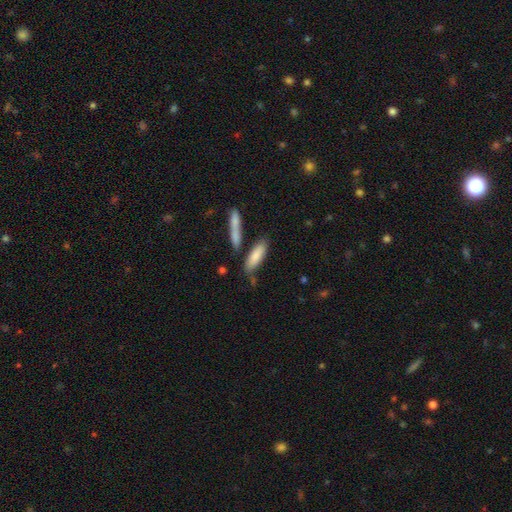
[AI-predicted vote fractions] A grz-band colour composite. It shows a smooth galaxy with no disk features (82%) that is in between round and cigar-shaped (51%). Merging: none (68%).